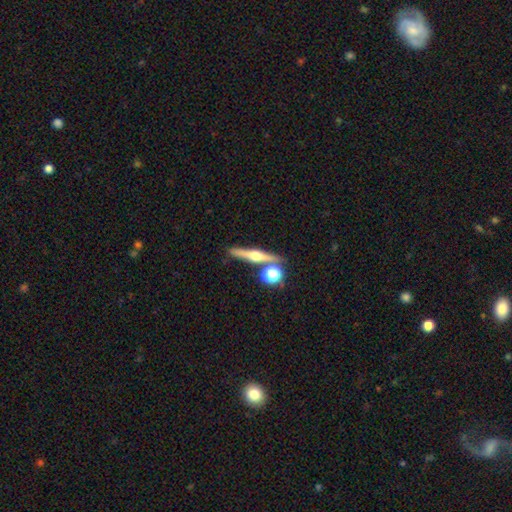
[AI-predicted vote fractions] smooth_or_featured: featured or disk (p=0.65) [alt: smooth p=0.26]
disk_edge_on: yes (p=0.96) [alt: no p=0.04]
edge_on_bulge: rounded (p=0.94) [alt: boxy p=0.03]
merging: none (p=0.78) [alt: merger p=0.12]